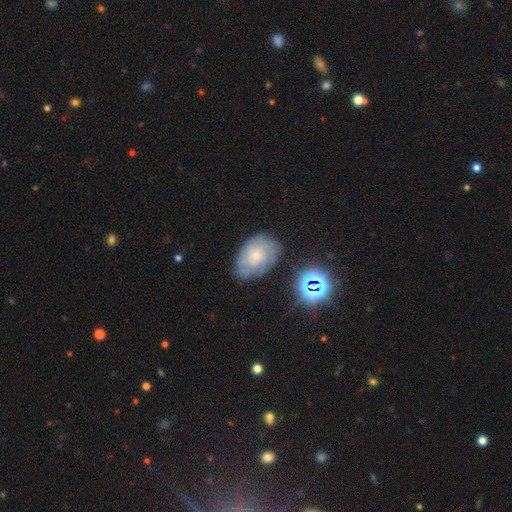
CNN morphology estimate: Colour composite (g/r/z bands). It shows a featured or disk galaxy (52%). Merging: none (68%).